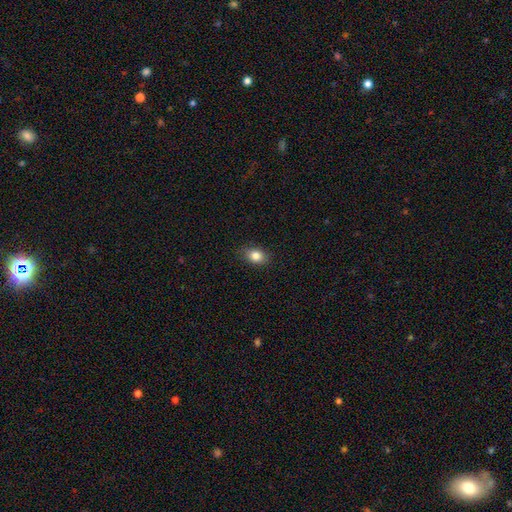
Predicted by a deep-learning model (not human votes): Q: Smooth or featured?
A: smooth (83%); runner-up: star or artifact (10%)
Q: How rounded?
A: in between (68%); runner-up: round (30%)
Q: Merging?
A: none (84%); runner-up: minor disturbance (12%)